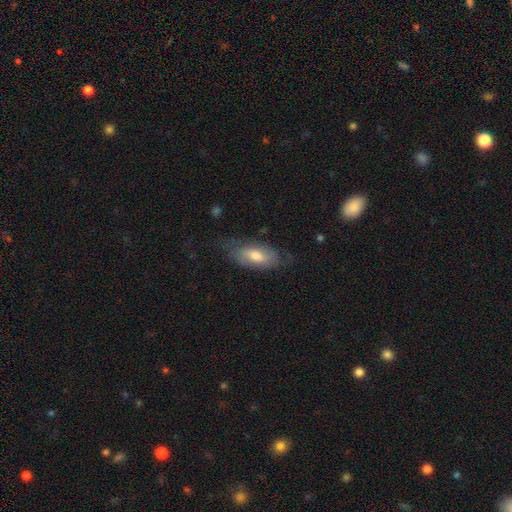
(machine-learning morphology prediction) Smooth or featured? smooth (56%)
How rounded? in between (85%)
Merging? none (63%)